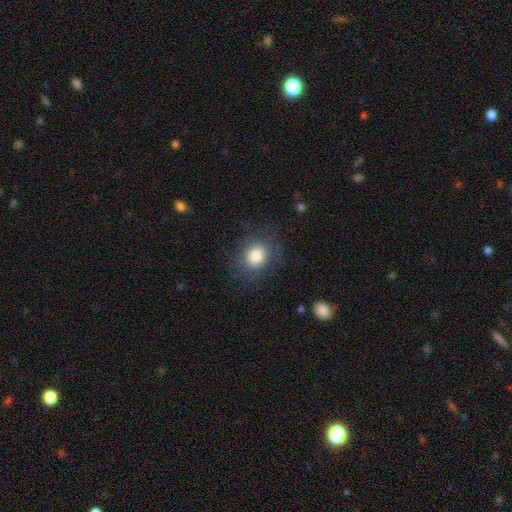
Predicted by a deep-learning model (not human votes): smooth-or-featured: smooth: 82% | star or artifact: 9% | featured or disk: 9%
  how-rounded: round: 72% | in between: 27% | cigar-shaped: 1%
  merging: none: 81% | minor disturbance: 12% | major disturbance: 6% | merger: 1%